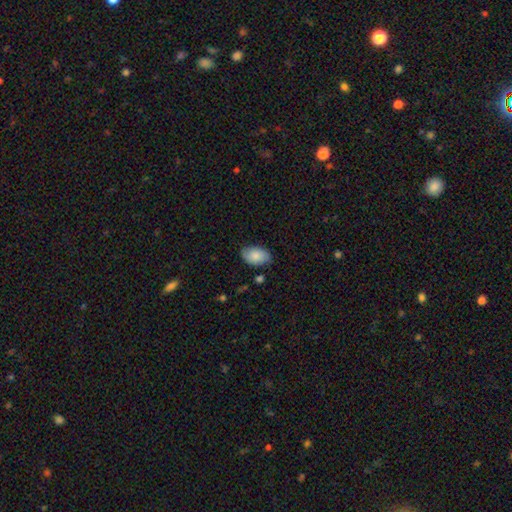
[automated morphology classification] smooth-or-featured: smooth: 84% | featured or disk: 9% | star or artifact: 7%
  how-rounded: in between: 91% | round: 7% | cigar-shaped: 1%
  merging: none: 78% | minor disturbance: 17% | major disturbance: 3% | merger: 2%